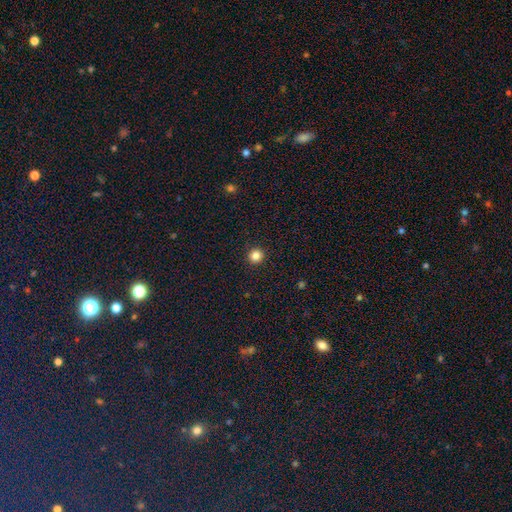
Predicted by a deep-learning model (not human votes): A smooth galaxy with no disk features (84%) that is round (94%). Merging: none (93%).